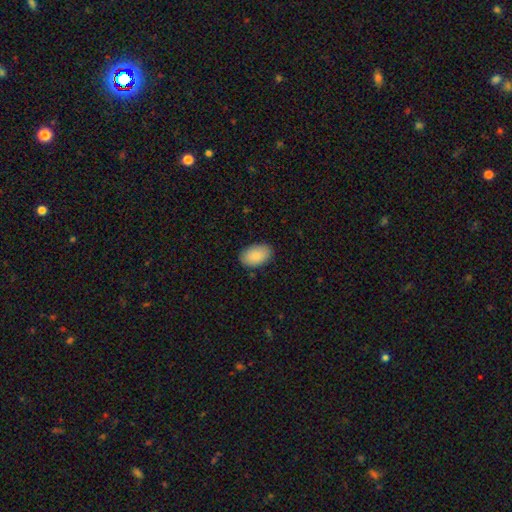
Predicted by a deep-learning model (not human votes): Q: Smooth or featured?
A: smooth (88%); runner-up: star or artifact (6%)
Q: How rounded?
A: in between (93%); runner-up: round (6%)
Q: Merging?
A: none (87%); runner-up: minor disturbance (10%)